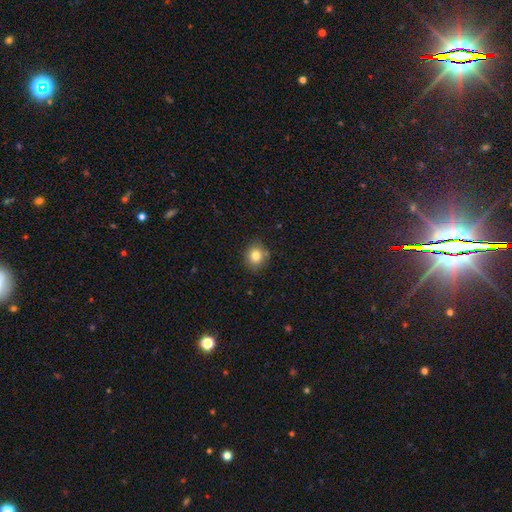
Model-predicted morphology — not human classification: A smooth galaxy with no disk features (81%) that is round (80%).

Vote fractions:
- Smooth or featured? smooth: 81% / star or artifact: 11% / featured or disk: 8%
- How rounded? round: 80% / in between: 19% / cigar-shaped: 1%
- Merging? none: 82% / minor disturbance: 13% / major disturbance: 3% / merger: 2%